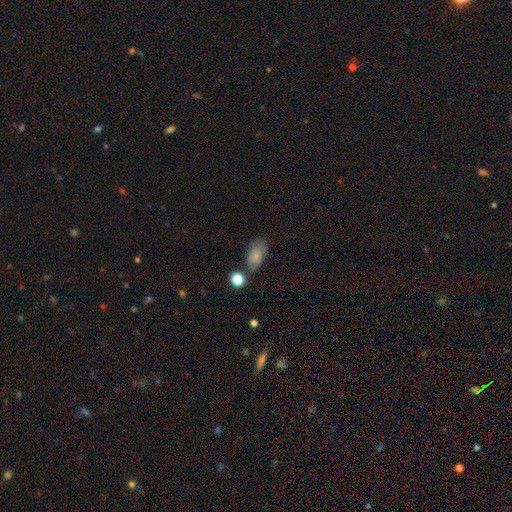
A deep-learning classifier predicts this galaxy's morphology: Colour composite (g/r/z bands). It shows a smooth galaxy with no disk features (77%) that is in between round and cigar-shaped (91%). Merging: none (66%).